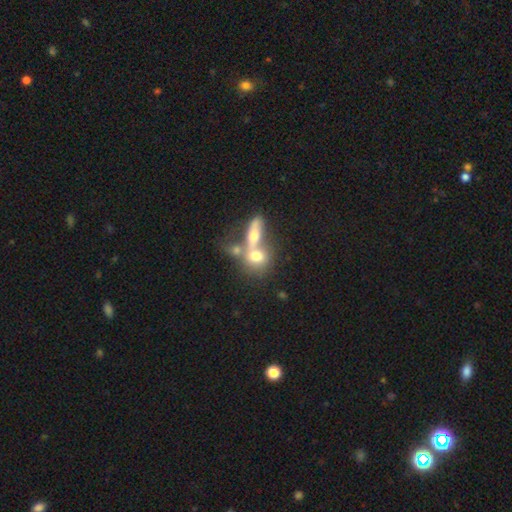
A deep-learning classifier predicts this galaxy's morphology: Q: Smooth or featured?
A: smooth (62%); runner-up: featured or disk (27%)
Q: How rounded?
A: in between (52%); runner-up: round (39%)
Q: Merging?
A: merger (65%); runner-up: none (20%)